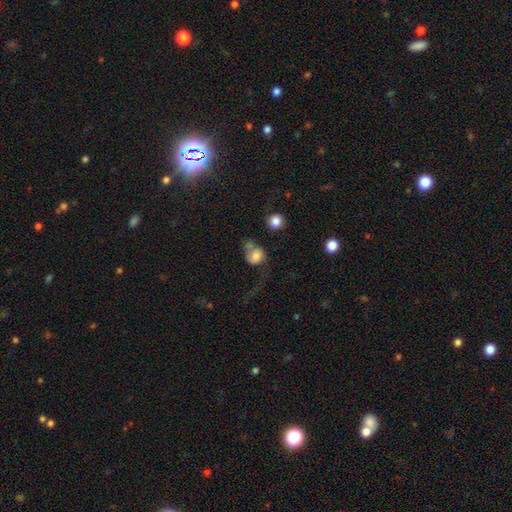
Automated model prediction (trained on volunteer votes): Smooth or featured: smooth — 68% (featured or disk — 22%)
How rounded: round — 58% (in between — 40%)
Merging: major disturbance — 35% (merger — 27%)